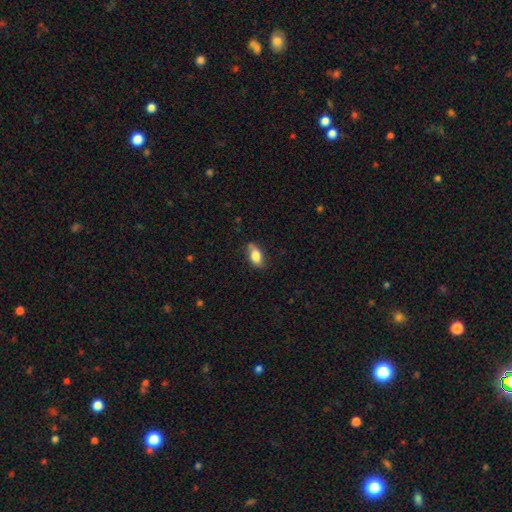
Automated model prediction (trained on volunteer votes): Smooth or featured?
  - smooth: 78% *
  - featured or disk: 14%
  - star or artifact: 8%
How rounded?
  - in between: 86% *
  - round: 8%
  - cigar-shaped: 7%
Merging?
  - none: 65% *
  - minor disturbance: 26%
  - major disturbance: 5%
  - merger: 4%